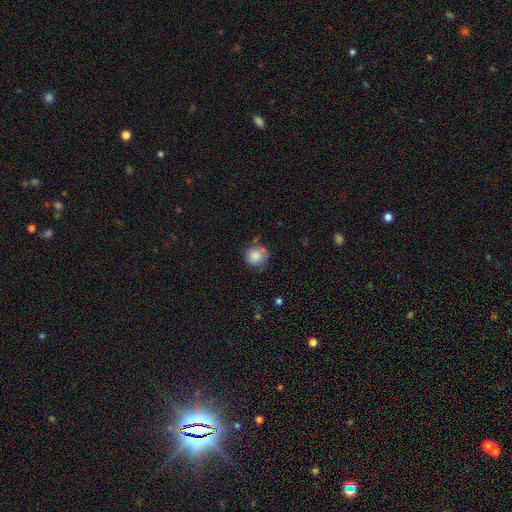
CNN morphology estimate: The model was most divided on "merging": none: 63%, minor disturbance: 23%, merger: 7%, major disturbance: 7%. More confident: how rounded — round (88%); smooth or featured — smooth (79%).